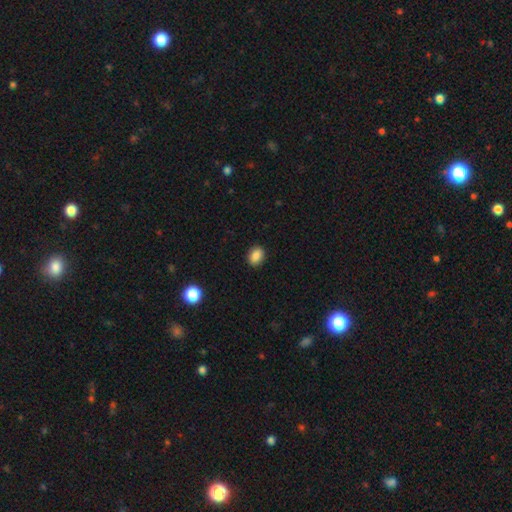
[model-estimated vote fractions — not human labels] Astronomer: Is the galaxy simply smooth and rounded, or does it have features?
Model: smooth — 88%.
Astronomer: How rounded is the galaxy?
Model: in between — 67%.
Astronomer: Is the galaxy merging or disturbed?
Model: none — 90%.